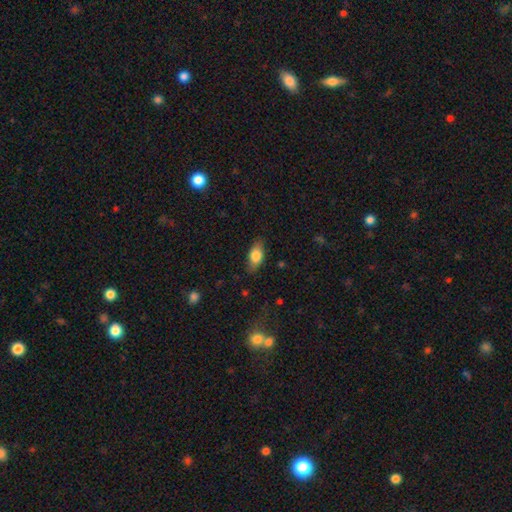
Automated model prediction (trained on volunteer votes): Smooth or featured? Predicted: smooth (p=0.78). How rounded? Predicted: in between (p=0.86). Merging? Predicted: none (p=0.81).